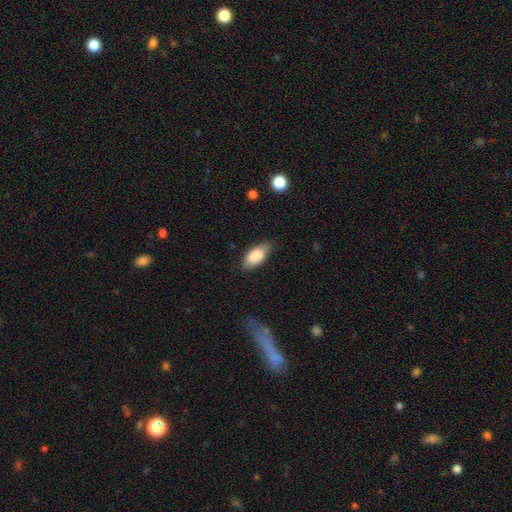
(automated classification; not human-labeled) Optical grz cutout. It shows a smooth galaxy with no disk features (84%) that is in between round and cigar-shaped (89%). Merging: none (77%).